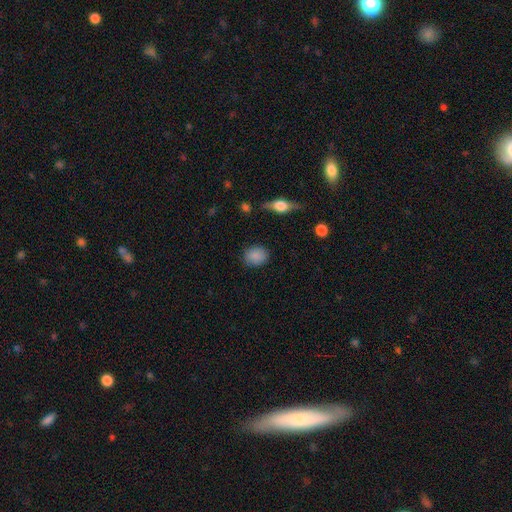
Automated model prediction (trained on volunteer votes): Smooth or featured: smooth — 87% (star or artifact — 8%)
How rounded: round — 60% (in between — 38%)
Merging: none — 86% (minor disturbance — 9%)